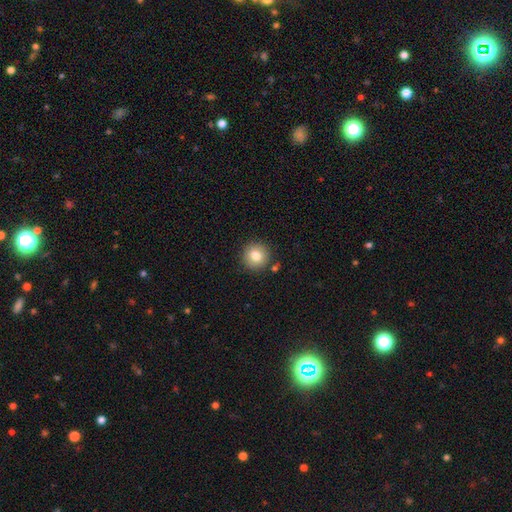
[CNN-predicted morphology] type=smooth (80%); roundness=round (95%); merging=none (87%).